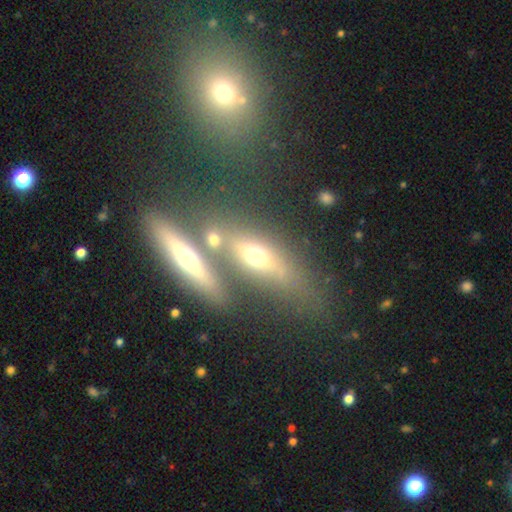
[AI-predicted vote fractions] Overall: smooth (46%; featured or disk 42%). Merging: none (46%; merger 36%).